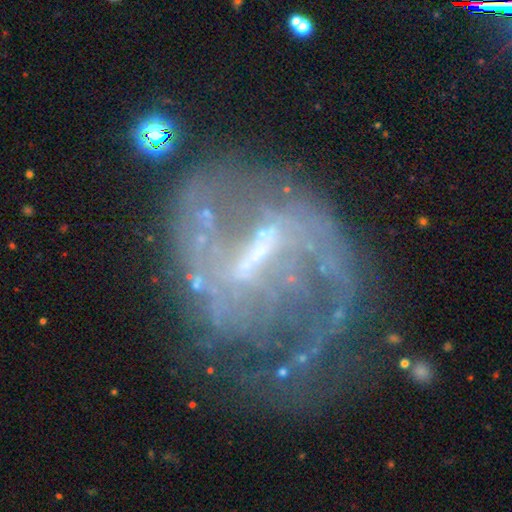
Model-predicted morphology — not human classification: Smooth or featured? Predicted: featured or disk (p=0.83). Edge-on disk? Predicted: no (p=0.97). Bar? Predicted: strong (p=0.49). Spiral arms? Predicted: yes (p=0.83). Spiral winding? Predicted: medium (p=0.41). Spiral arm count? Predicted: 2 (p=0.63). Bulge size? Predicted: small (p=0.41). Merging? Predicted: none (p=0.51).